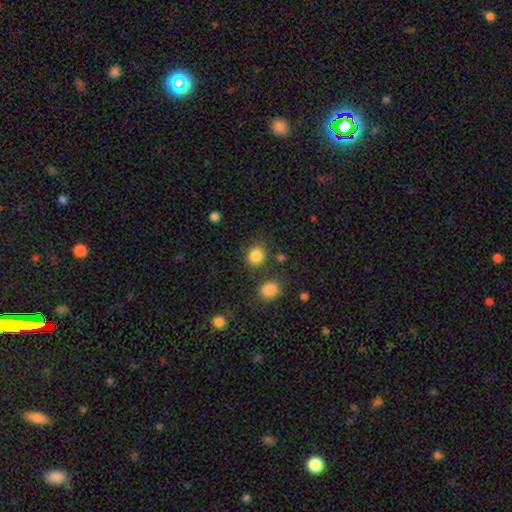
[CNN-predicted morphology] Smooth or featured?
  - smooth: 85% *
  - star or artifact: 10%
  - featured or disk: 4%
How rounded?
  - round: 73% *
  - in between: 26%
  - cigar-shaped: 1%
Merging?
  - none: 78% *
  - minor disturbance: 11%
  - merger: 7%
  - major disturbance: 4%